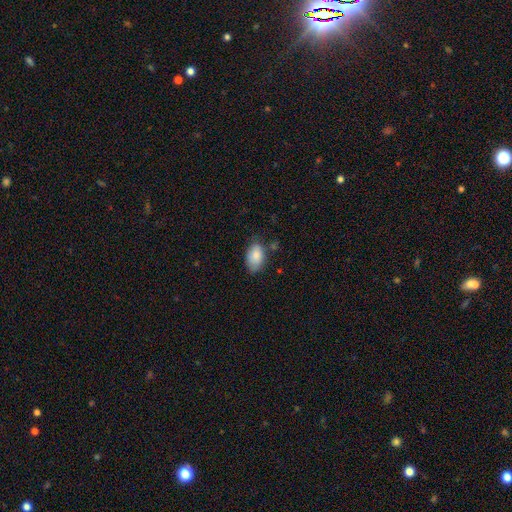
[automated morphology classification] smooth-or-featured: smooth: 85% | featured or disk: 8% | star or artifact: 7%
  how-rounded: in between: 91% | round: 8% | cigar-shaped: 1%
  merging: none: 66% | minor disturbance: 25% | major disturbance: 5% | merger: 3%